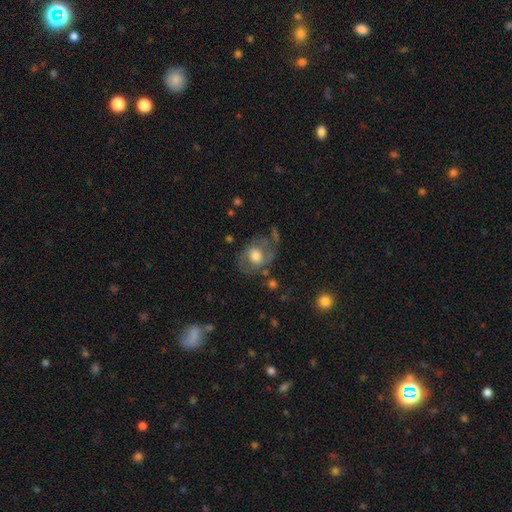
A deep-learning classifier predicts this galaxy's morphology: A featured or disk galaxy (47%).

Vote fractions:
- Smooth or featured? featured or disk: 47% / smooth: 46% / star or artifact: 7%
- Merging? none: 51% / minor disturbance: 23% / major disturbance: 21% / merger: 5%